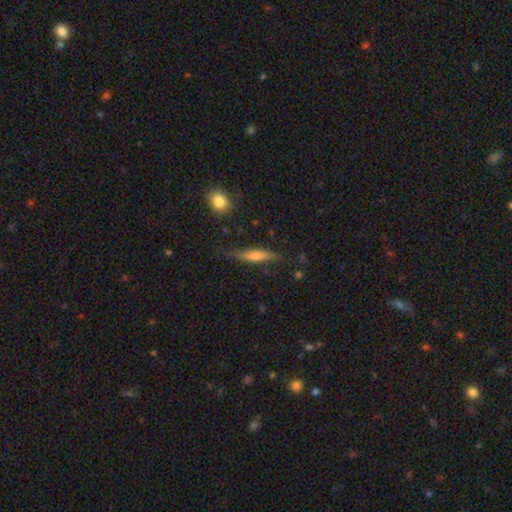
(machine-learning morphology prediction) Overall: smooth (56%; featured or disk 36%). How rounded: cigar-shaped (81%). Merging: none (72%).